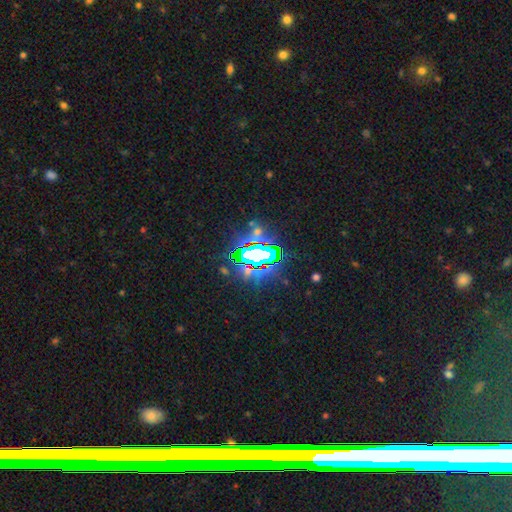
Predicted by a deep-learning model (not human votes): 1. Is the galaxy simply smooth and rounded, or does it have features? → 76% star or artifact, 12% smooth, 12% featured or disk.